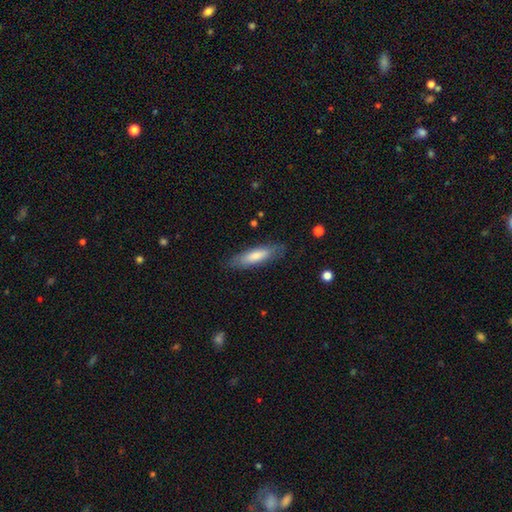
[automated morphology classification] type=smooth (70%); roundness=cigar-shaped (64%); merging=none (83%).